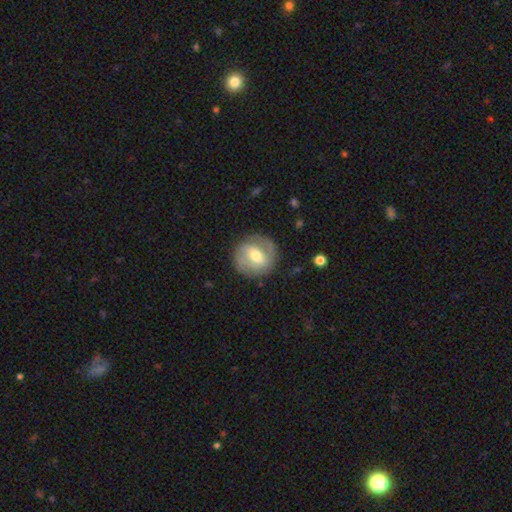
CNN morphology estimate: Smooth or featured? Predicted: featured or disk (p=0.58). Edge-on disk? Predicted: no (p=0.95). Bar? Predicted: weak (p=0.47). Spiral arms? Predicted: yes (p=0.63). Bulge size? Predicted: moderate (p=0.70). Merging? Predicted: none (p=0.82).